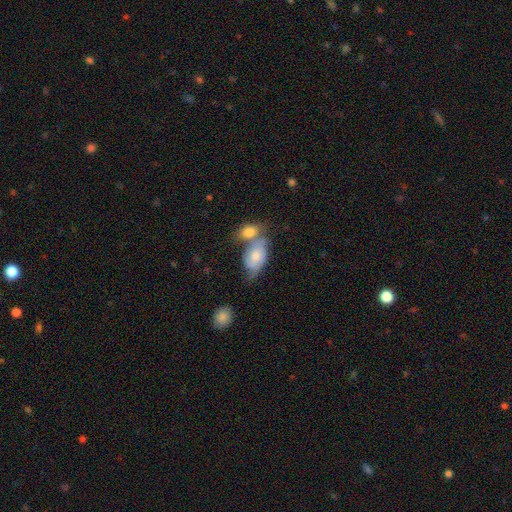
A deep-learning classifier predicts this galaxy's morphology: Overall: smooth (53%; featured or disk 40%). How rounded: in between (87%). Merging: merger (49%; none 25%).